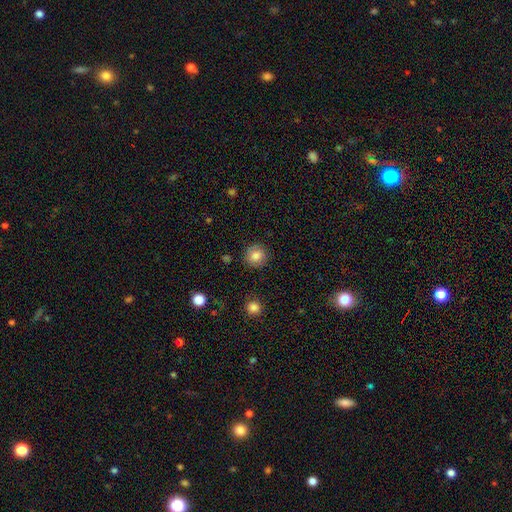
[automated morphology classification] Overall: smooth (84%). How rounded: round (91%). Merging: none (88%).